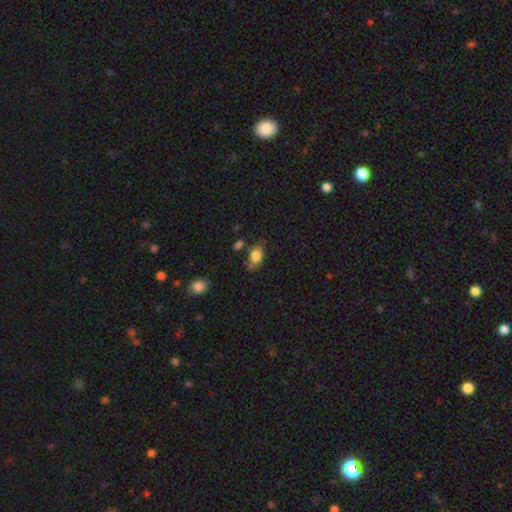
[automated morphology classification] Q: Smooth or featured?
A: smooth (80%); runner-up: featured or disk (11%)
Q: How rounded?
A: in between (80%); runner-up: round (17%)
Q: Merging?
A: none (60%); runner-up: minor disturbance (24%)